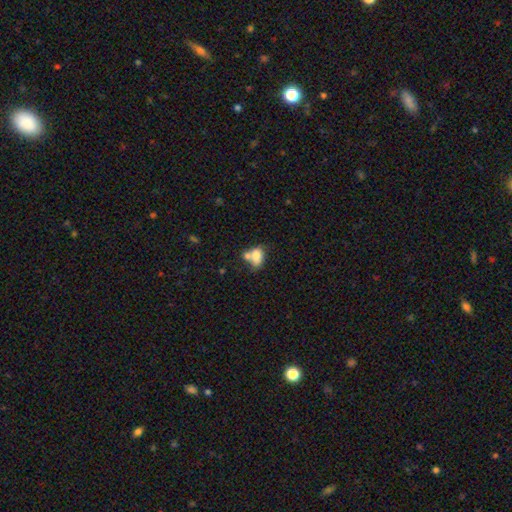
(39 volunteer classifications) A smooth galaxy with no disk features (69%) that is in between round and cigar-shaped (81%). Merging: merger (69%).